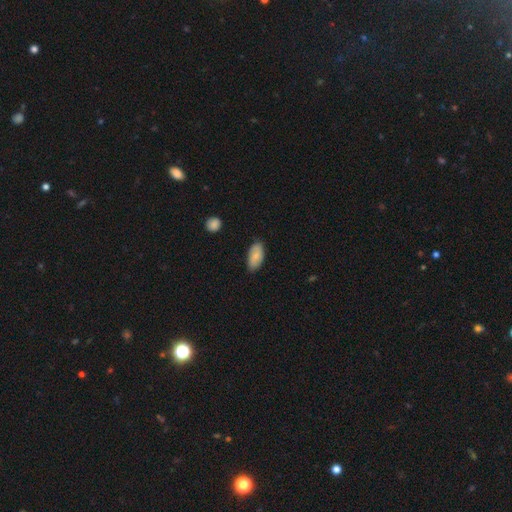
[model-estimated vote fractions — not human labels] The model was most divided on "merging": none: 78%, minor disturbance: 18%, major disturbance: 3%, merger: 1%. More confident: how rounded — in between (93%); smooth or featured — smooth (78%).